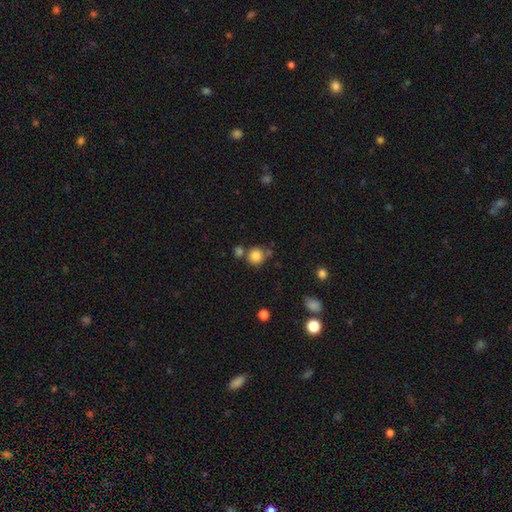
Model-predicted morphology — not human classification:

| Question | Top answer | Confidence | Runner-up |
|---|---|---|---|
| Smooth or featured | smooth | 84% | star or artifact (11%) |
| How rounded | round | 89% | in between (10%) |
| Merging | none | 68% | merger (17%) |